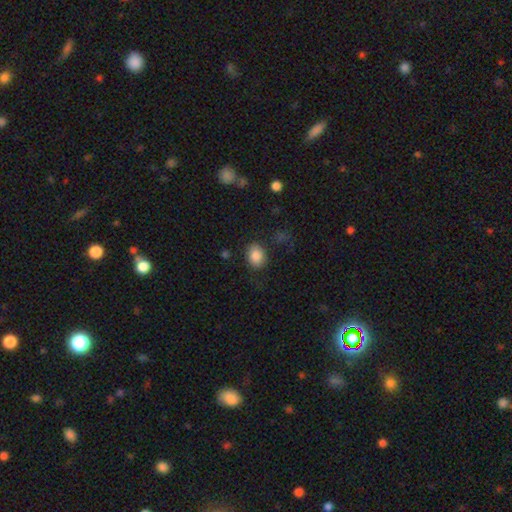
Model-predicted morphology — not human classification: Overall: smooth (86%). How rounded: in between (59%; round 40%). Merging: none (81%).